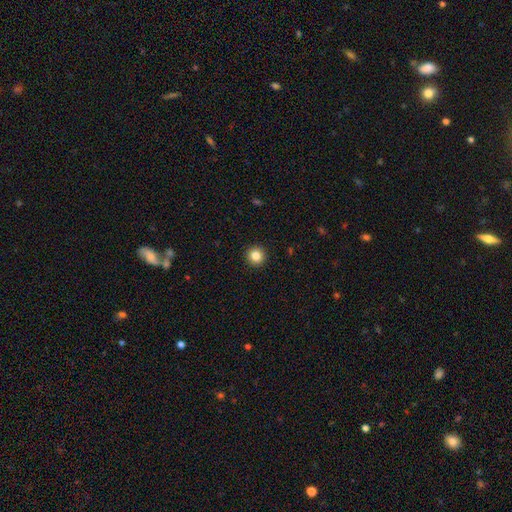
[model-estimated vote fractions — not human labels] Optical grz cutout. It shows a smooth galaxy with no disk features (84%) that is round (95%). Merging: none (93%).